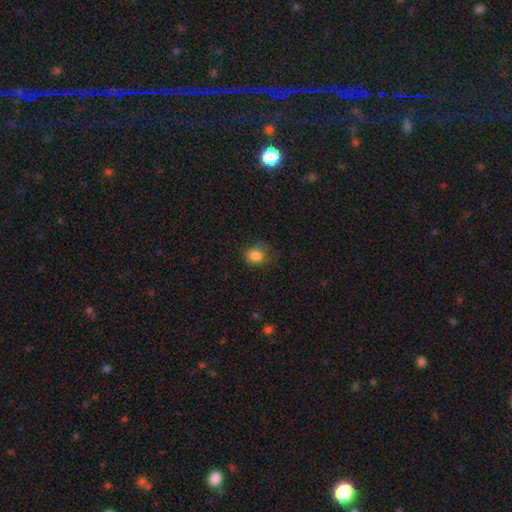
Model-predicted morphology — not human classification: Smooth or featured? Predicted: smooth (p=0.84). How rounded? Predicted: round (p=0.69). Merging? Predicted: none (p=0.72).